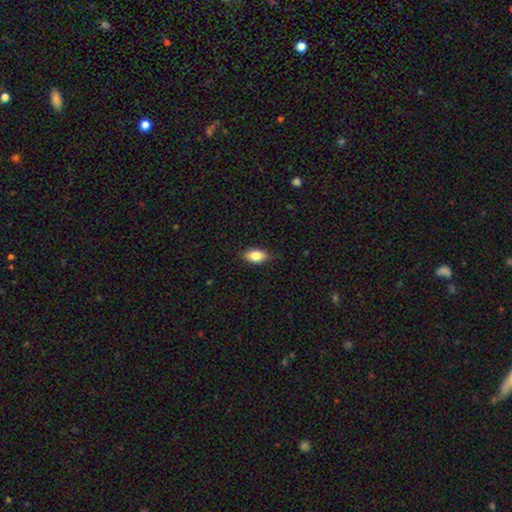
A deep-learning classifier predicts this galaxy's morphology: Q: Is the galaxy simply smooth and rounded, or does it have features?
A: smooth — 82%.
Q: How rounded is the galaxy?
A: in between — 90%.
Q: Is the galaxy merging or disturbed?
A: none — 85%.